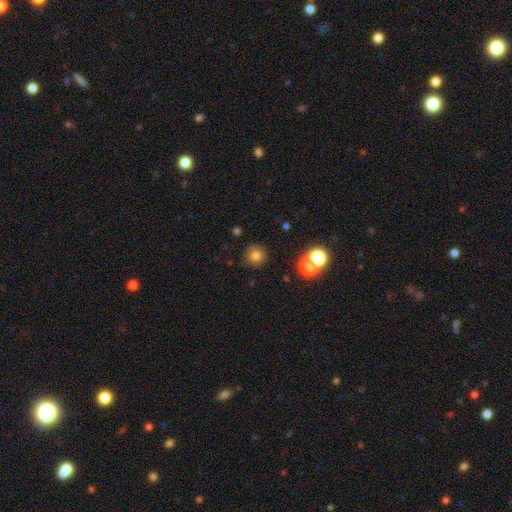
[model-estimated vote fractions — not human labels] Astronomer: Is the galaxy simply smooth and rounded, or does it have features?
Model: smooth — 75%.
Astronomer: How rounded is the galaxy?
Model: round — 93%.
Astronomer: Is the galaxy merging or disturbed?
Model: none — 84%.